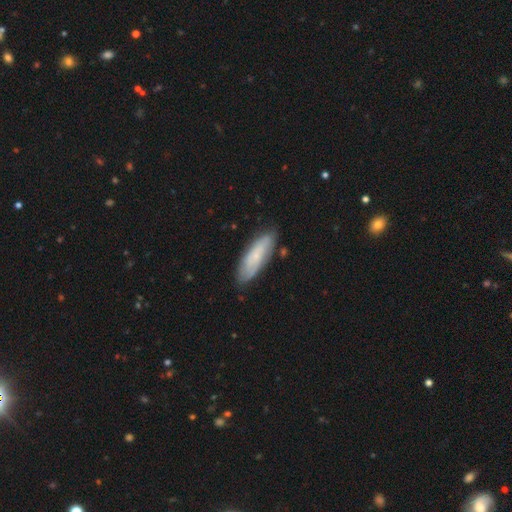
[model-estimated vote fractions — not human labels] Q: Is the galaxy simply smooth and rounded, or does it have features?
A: smooth — 57%.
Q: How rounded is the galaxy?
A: in between — 56%.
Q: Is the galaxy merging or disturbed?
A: none — 78%.